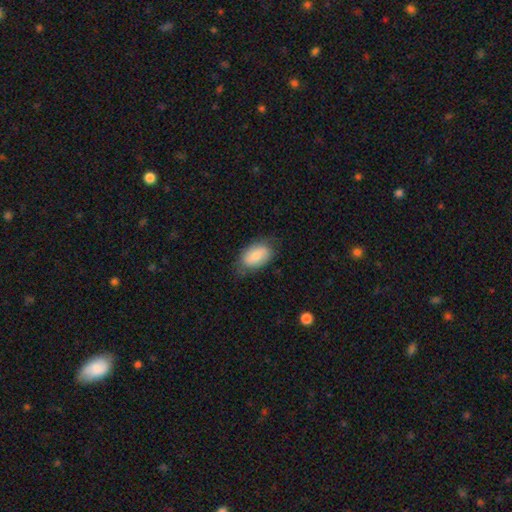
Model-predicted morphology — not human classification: The model was most divided on "merging": none: 72%, minor disturbance: 21%, major disturbance: 5%, merger: 1%. More confident: how rounded — in between (92%); smooth or featured — smooth (75%).